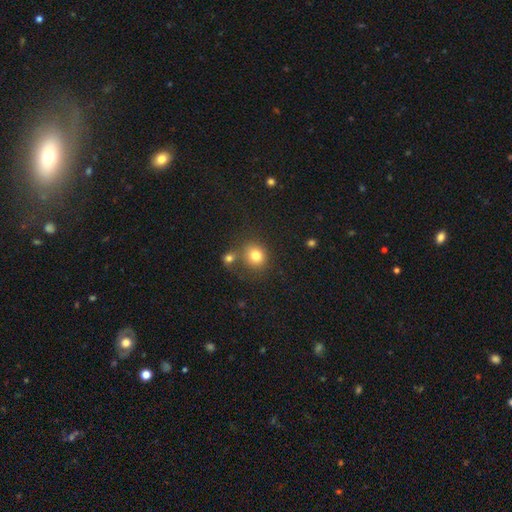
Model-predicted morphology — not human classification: The model was most divided on "merging": none: 62%, merger: 21%, minor disturbance: 12%, major disturbance: 5%. More confident: how rounded — round (81%); smooth or featured — smooth (79%).